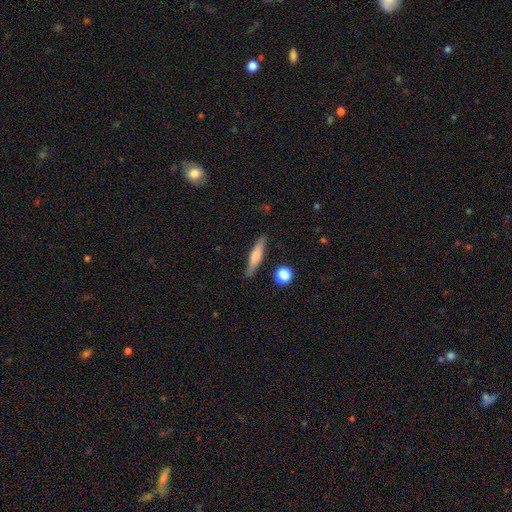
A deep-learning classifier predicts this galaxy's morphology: A smooth galaxy with no disk features (58%) that is cigar-shaped (85%). Merging: none (84%).